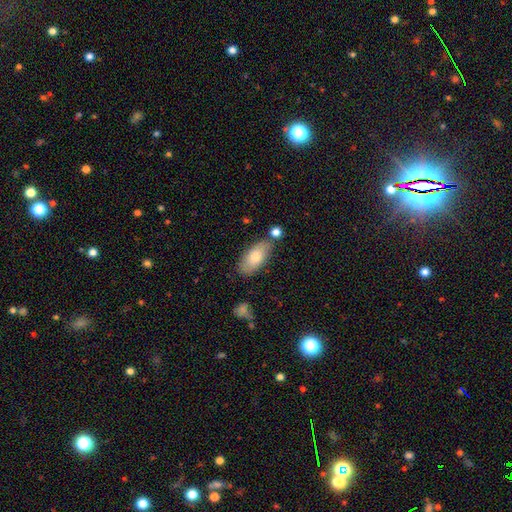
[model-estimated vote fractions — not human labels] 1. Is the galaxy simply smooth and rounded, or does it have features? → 74% smooth, 19% featured or disk, 7% star or artifact.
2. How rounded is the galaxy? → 86% in between, 11% cigar-shaped, 3% round.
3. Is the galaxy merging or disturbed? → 73% none, 16% minor disturbance, 8% merger, 3% major disturbance.